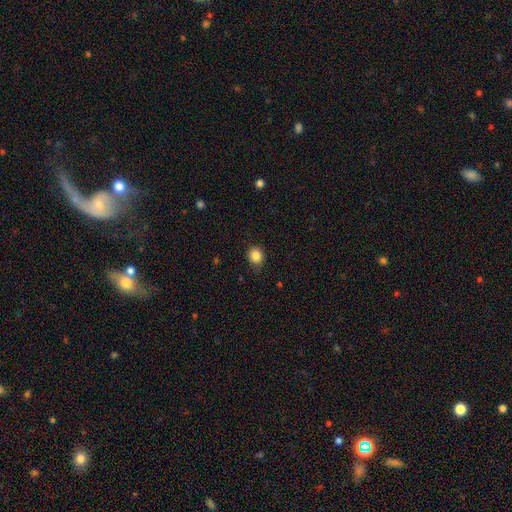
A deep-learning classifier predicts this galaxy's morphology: smooth_or_featured: smooth (p=0.85) [alt: star or artifact p=0.10]
how_rounded: round (p=0.73) [alt: in between p=0.26]
merging: none (p=0.76) [alt: minor disturbance p=0.19]